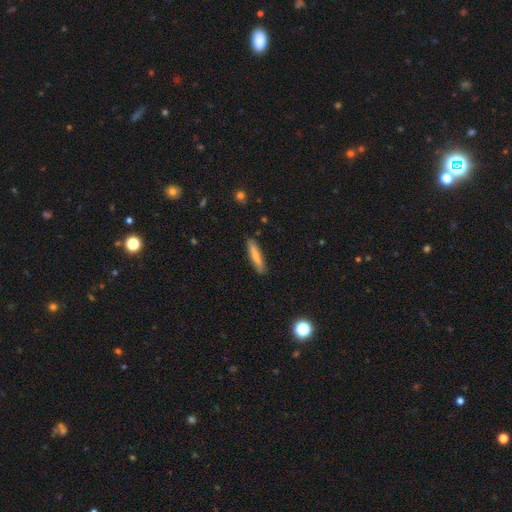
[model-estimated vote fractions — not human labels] Q: Smooth or featured?
A: smooth (68%); runner-up: featured or disk (26%)
Q: How rounded?
A: cigar-shaped (85%); runner-up: in between (14%)
Q: Merging?
A: none (87%); runner-up: minor disturbance (9%)